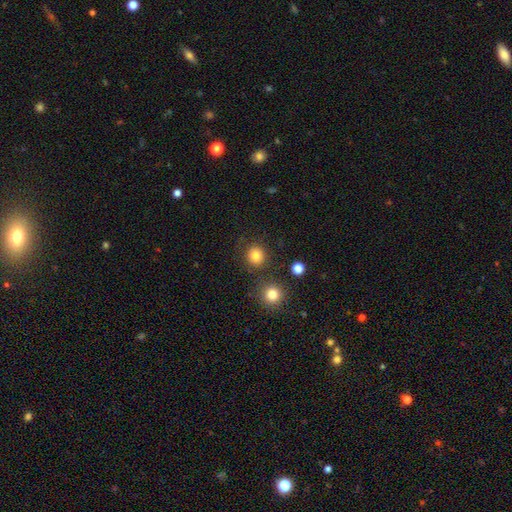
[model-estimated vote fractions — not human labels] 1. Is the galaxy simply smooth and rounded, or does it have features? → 83% smooth, 12% star or artifact, 5% featured or disk.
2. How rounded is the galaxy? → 88% round, 11% in between, 1% cigar-shaped.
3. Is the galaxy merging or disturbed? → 83% none, 8% minor disturbance, 5% merger, 4% major disturbance.